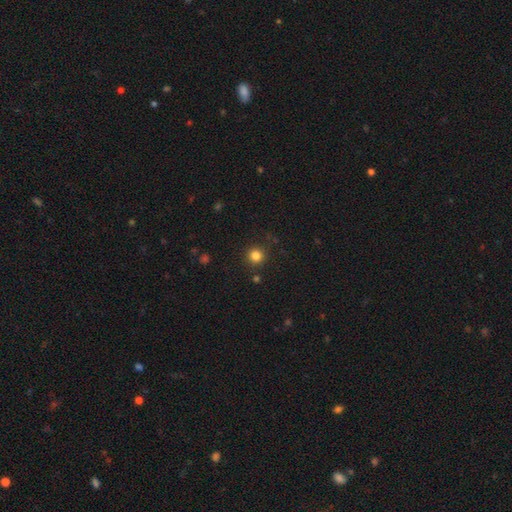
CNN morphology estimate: Overall: smooth (82%). How rounded: round (95%). Merging: none (90%).